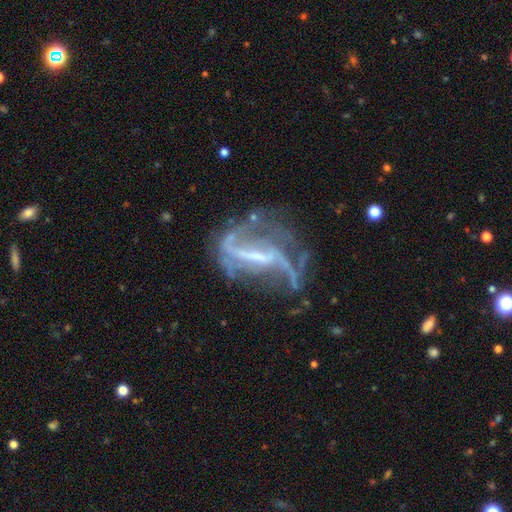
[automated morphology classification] This appears to be a featured or disk galaxy (84%) with a strong bar (61%), 2 (55%) loose (60%) spiral arms (85%) and a small central bulge (45%). Merging: none (40%).